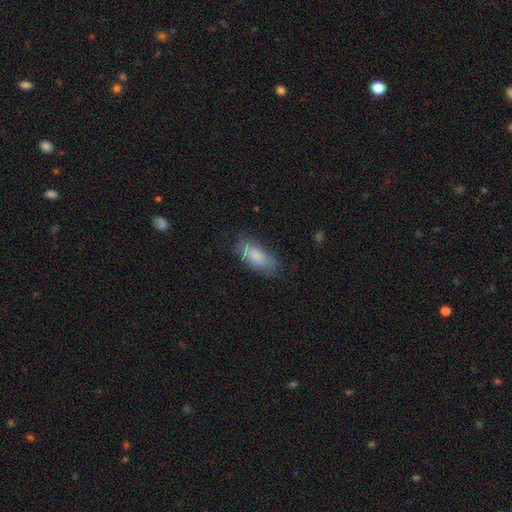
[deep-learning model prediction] Morphology: type=smooth (77%); roundness=in between (83%); merging=none (71%).